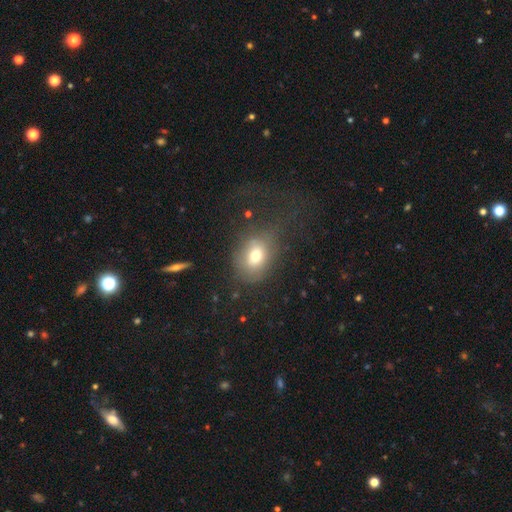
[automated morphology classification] This appears to be a smooth galaxy with no disk features (72%) that is in between round and cigar-shaped (59%). Merging: none (58%).